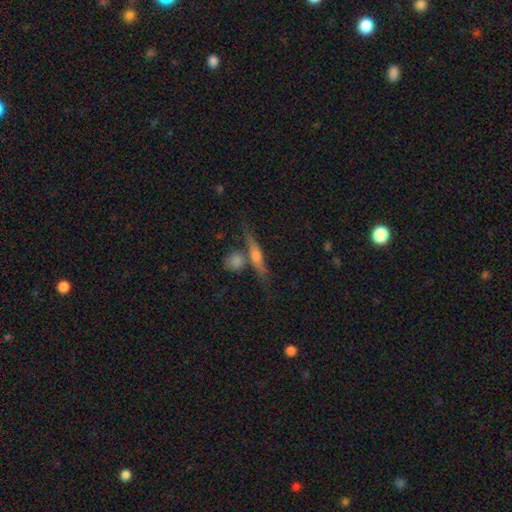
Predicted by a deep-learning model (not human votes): smooth-or-featured: featured or disk: 61% | smooth: 30% | star or artifact: 8%
  disk-edge-on: yes: 93% | no: 7%
    edge-on-bulge: rounded: 80% | boxy: 10% | none: 10%
  merging: none: 68% | merger: 15% | minor disturbance: 13% | major disturbance: 4%